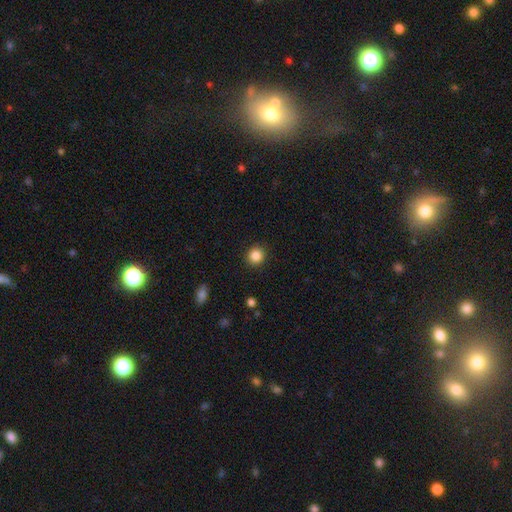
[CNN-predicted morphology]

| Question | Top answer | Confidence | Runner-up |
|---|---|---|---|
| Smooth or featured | smooth | 86% | star or artifact (11%) |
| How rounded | round | 92% | in between (7%) |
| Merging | none | 91% | minor disturbance (6%) |